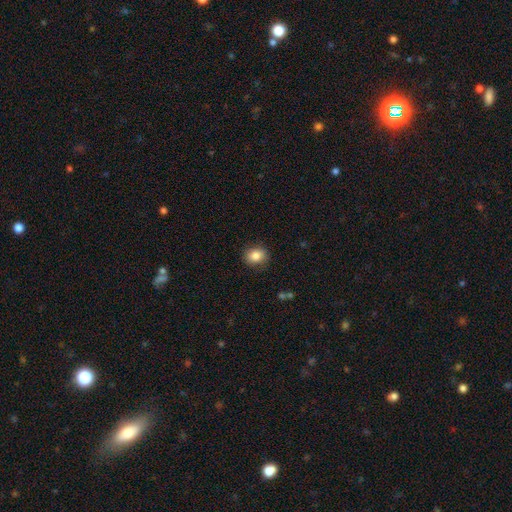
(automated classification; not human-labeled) Smooth or featured? Predicted: smooth (p=0.84). How rounded? Predicted: round (p=0.62). Merging? Predicted: none (p=0.87).